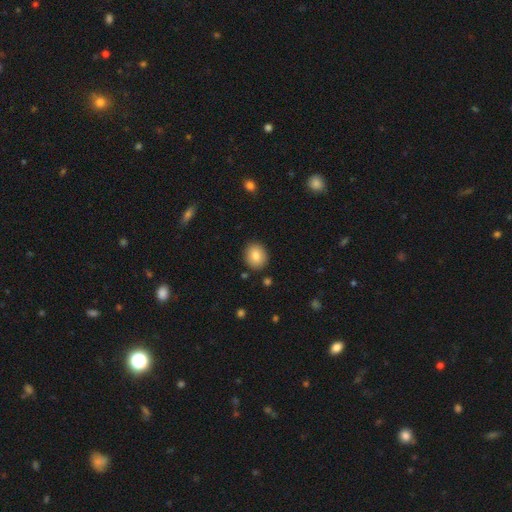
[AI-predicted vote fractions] Smooth or featured? Predicted: smooth (p=0.83). How rounded? Predicted: round (p=0.68). Merging? Predicted: none (p=0.89).